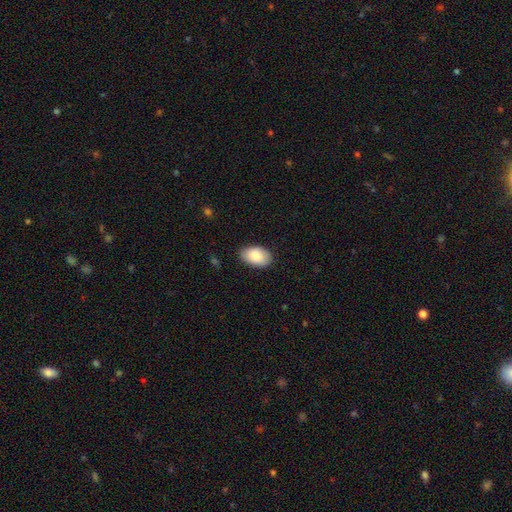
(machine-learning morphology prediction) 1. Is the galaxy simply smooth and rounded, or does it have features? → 88% smooth, 6% featured or disk, 6% star or artifact.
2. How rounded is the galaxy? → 93% in between, 6% round, 1% cigar-shaped.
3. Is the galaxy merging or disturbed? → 84% none, 12% minor disturbance, 2% major disturbance, 1% merger.